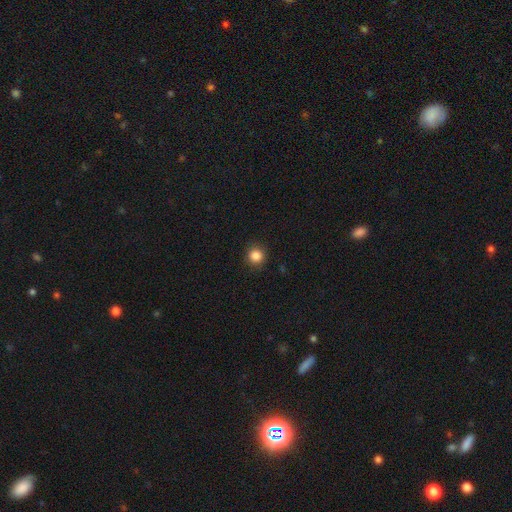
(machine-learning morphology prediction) Smooth or featured?
  - smooth: 86% *
  - star or artifact: 11%
  - featured or disk: 3%
How rounded?
  - round: 93% *
  - in between: 6%
  - cigar-shaped: 1%
Merging?
  - none: 90% *
  - minor disturbance: 7%
  - major disturbance: 2%
  - merger: 1%